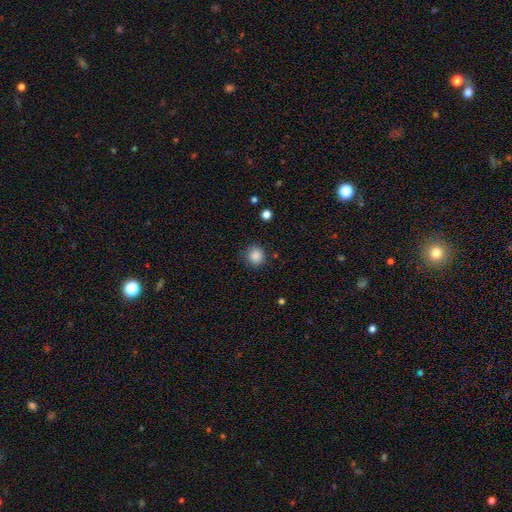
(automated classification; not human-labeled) smooth 86%, star or artifact 10%, featured or disk 3%. Down the decision tree: how rounded — round (91%); merging — none (85%).